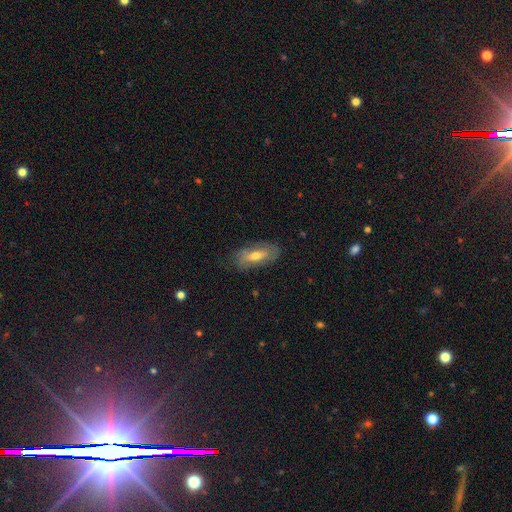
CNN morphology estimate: This appears to be a featured or disk galaxy (47%). Merging: none (74%).